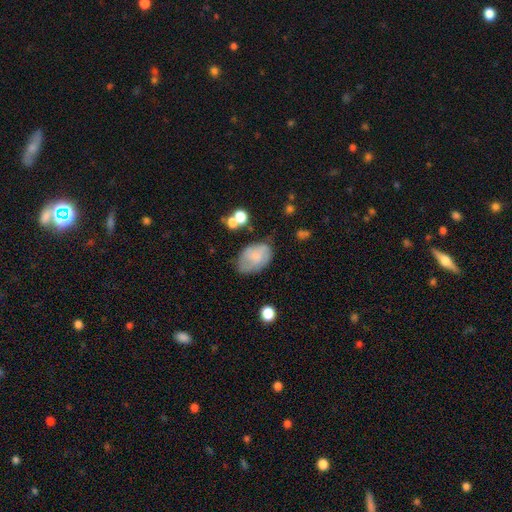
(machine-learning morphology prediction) smooth 63%, featured or disk 29%, star or artifact 8%. Down the decision tree: how rounded — in between (87%); merging — none (54%).